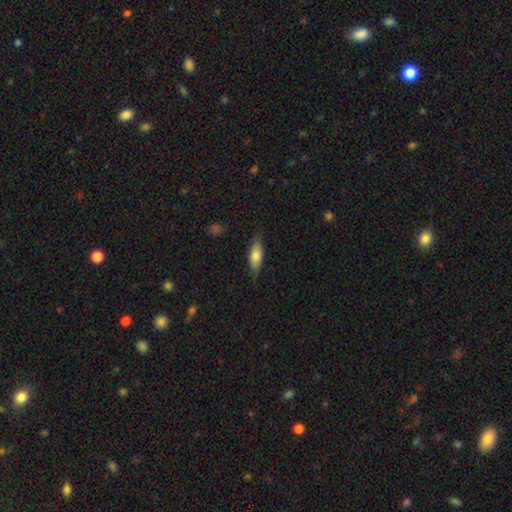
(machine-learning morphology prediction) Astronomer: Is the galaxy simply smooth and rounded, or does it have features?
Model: smooth — 75%.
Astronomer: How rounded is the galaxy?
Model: in between — 70%.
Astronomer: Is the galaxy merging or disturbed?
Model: none — 77%.